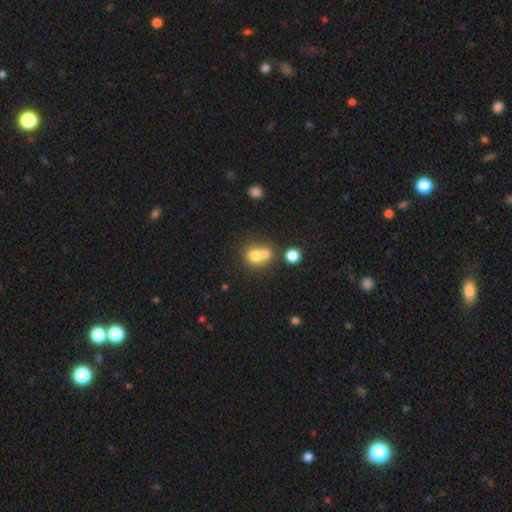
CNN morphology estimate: smooth_or_featured: smooth (p=0.73) [alt: featured or disk p=0.15]
how_rounded: round (p=0.77) [alt: in between p=0.22]
merging: merger (p=0.56) [alt: none p=0.33]